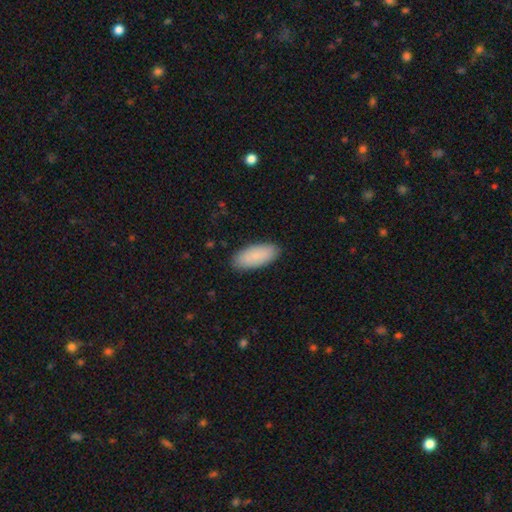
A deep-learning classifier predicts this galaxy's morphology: This appears to be a smooth galaxy with no disk features (85%) that is in between round and cigar-shaped (88%). Merging: none (88%).